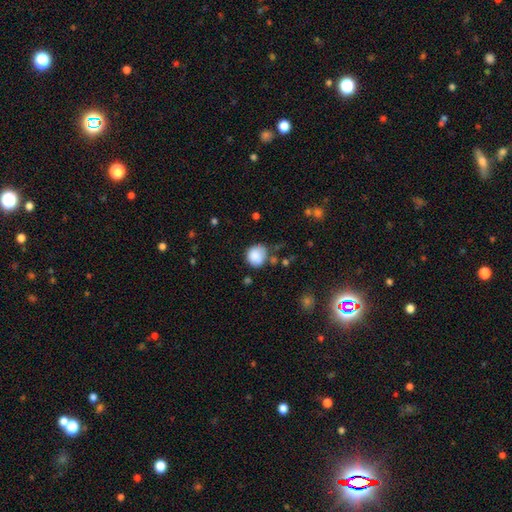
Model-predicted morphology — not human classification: smooth-or-featured: smooth: 86% | star or artifact: 8% | featured or disk: 6%
  how-rounded: round: 83% | in between: 16% | cigar-shaped: 1%
  merging: none: 67% | minor disturbance: 22% | major disturbance: 6% | merger: 5%